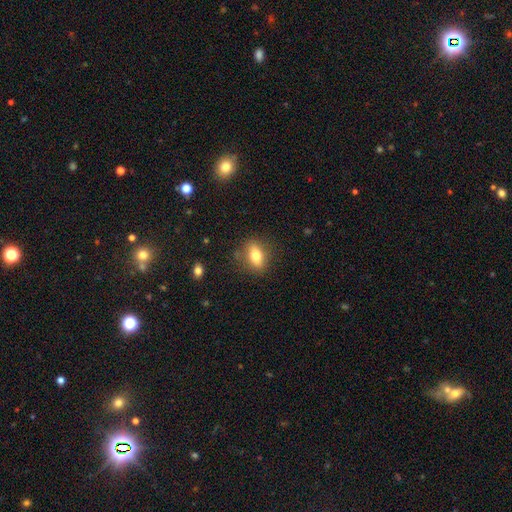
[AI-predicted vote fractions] A smooth galaxy with no disk features (76%) that is in between round and cigar-shaped (78%).

Vote fractions:
- Smooth or featured? smooth: 76% / featured or disk: 16% / star or artifact: 9%
- How rounded? in between: 78% / round: 15% / cigar-shaped: 7%
- Merging? none: 82% / minor disturbance: 13% / major disturbance: 4% / merger: 2%